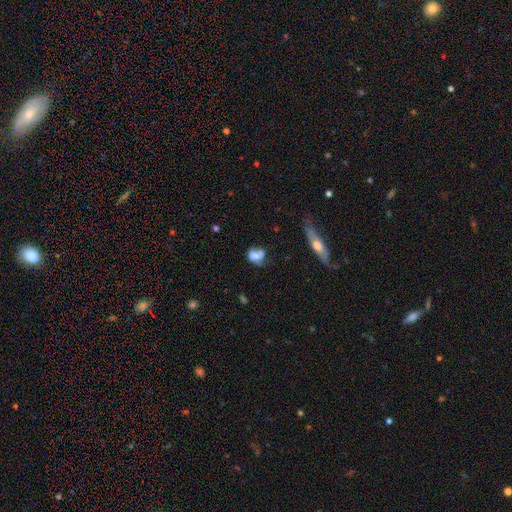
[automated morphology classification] smooth 58%, featured or disk 31%, star or artifact 11%. Down the decision tree: how rounded — in between (53%); merging — none (35%).